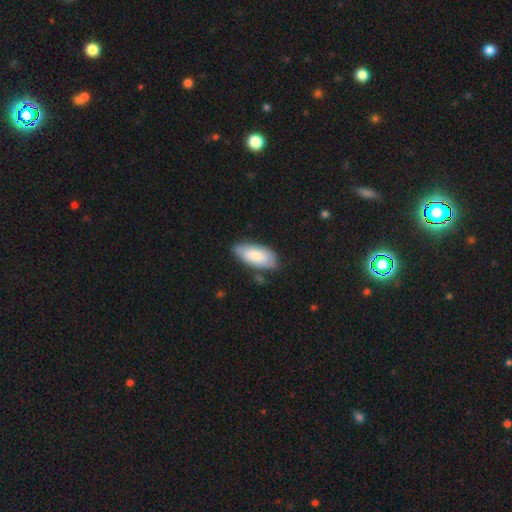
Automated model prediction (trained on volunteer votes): The model was most divided on "merging": none: 72%, minor disturbance: 21%, major disturbance: 4%, merger: 3%. More confident: how rounded — in between (89%); smooth or featured — smooth (76%).